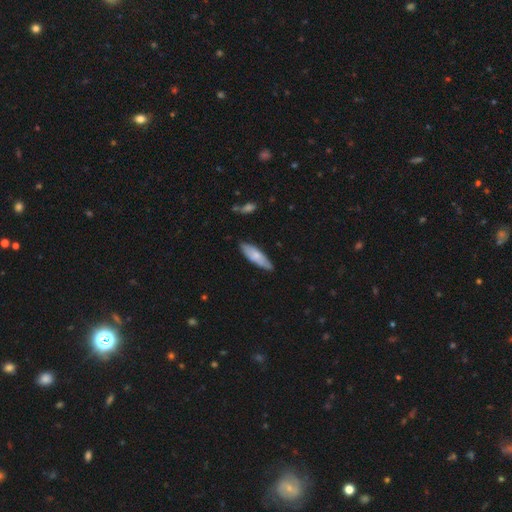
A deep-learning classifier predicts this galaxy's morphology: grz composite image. It shows a smooth galaxy with no disk features (69%) that is in between round and cigar-shaped (50%). Merging: none (77%).